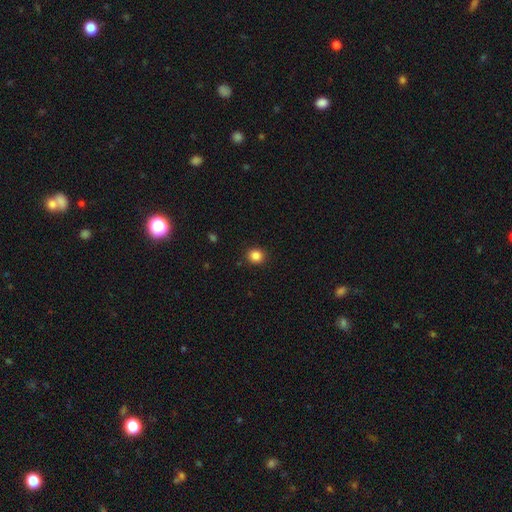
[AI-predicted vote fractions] Overall: smooth (85%). How rounded: round (84%). Merging: none (90%).